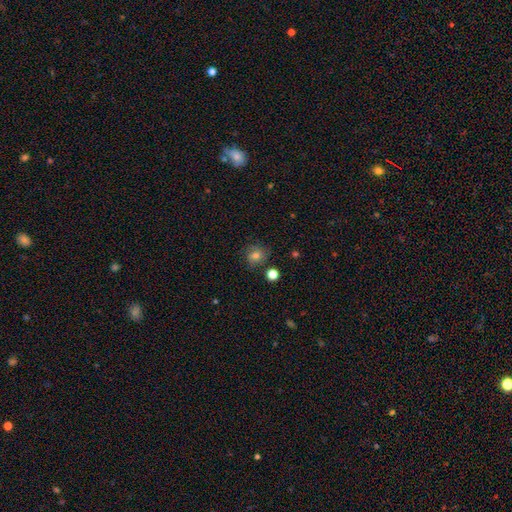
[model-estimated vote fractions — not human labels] Morphology: type=smooth (72%); roundness=round (81%); merging=none (76%).